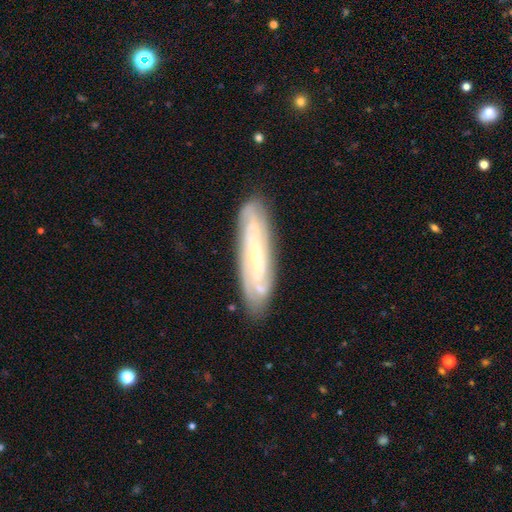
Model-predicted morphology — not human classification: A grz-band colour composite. It shows a featured or disk galaxy (75%) with no bar (45%), spiral arms (86%) and a small central bulge (74%). Merging: none (82%).